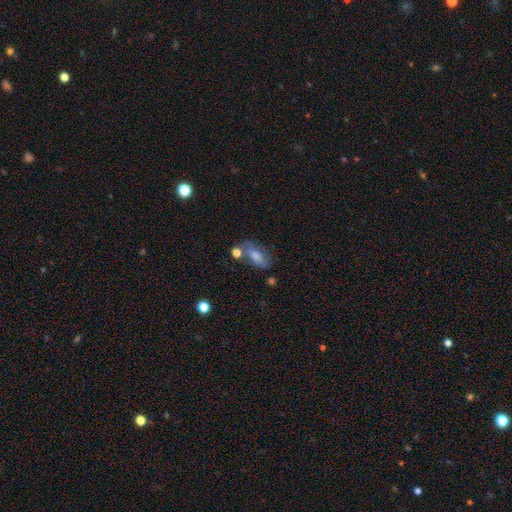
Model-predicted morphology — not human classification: Smooth or featured? Predicted: smooth (p=0.52). How rounded? Predicted: in between (p=0.81). Merging? Predicted: none (p=0.58).